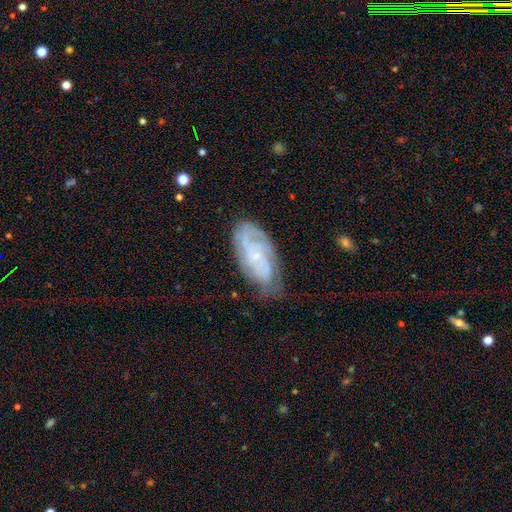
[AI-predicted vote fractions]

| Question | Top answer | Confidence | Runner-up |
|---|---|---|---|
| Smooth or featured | featured or disk | 76% | smooth (17%) |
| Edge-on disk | no | 95% | yes (5%) |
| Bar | no | 67% | weak (28%) |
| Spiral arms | yes | 94% | no (6%) |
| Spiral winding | tight | 57% | medium (34%) |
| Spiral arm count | can't tell | 33% | 2 (25%) |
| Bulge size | small | 73% | moderate (14%) |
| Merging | none | 65% | minor disturbance (25%) |